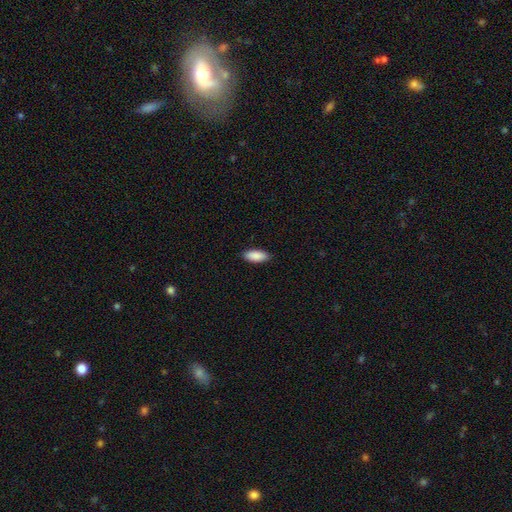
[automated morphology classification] Overall: smooth (90%). How rounded: in between (82%). Merging: none (89%).